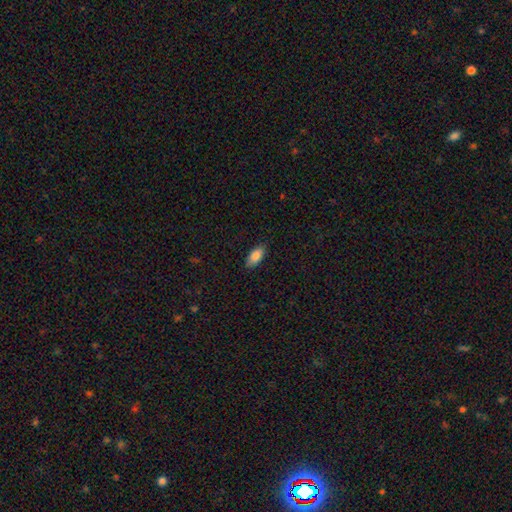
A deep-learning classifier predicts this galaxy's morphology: Overall: smooth (88%). How rounded: in between (89%). Merging: none (85%).